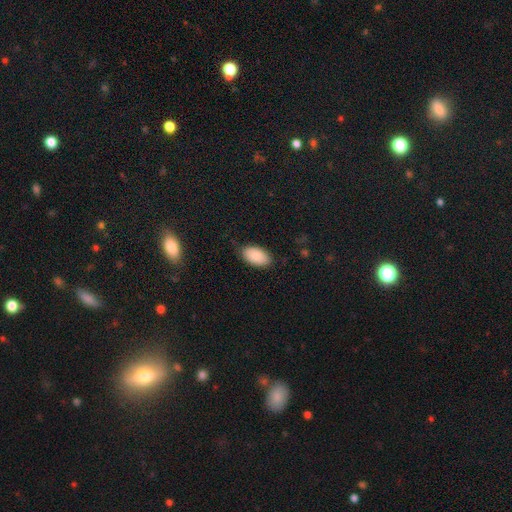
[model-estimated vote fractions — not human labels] A smooth galaxy with no disk features (86%) that is in between round and cigar-shaped (95%). Merging: none (80%).